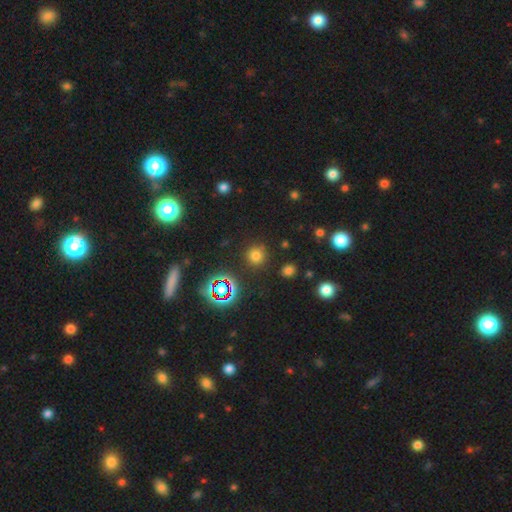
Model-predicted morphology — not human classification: Smooth or featured? smooth (67%)
How rounded? round (93%)
Merging? none (87%)